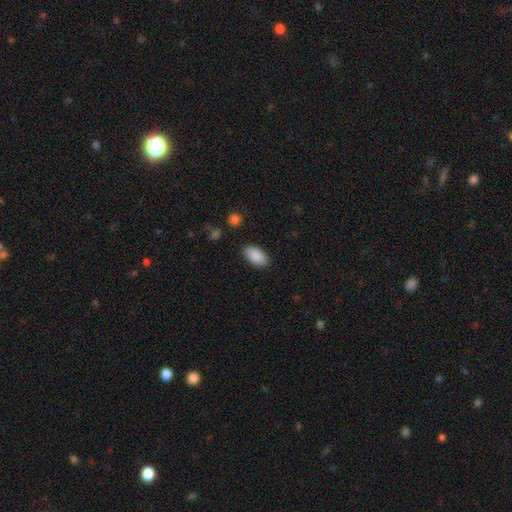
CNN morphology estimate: Smooth or featured: smooth — 89% (star or artifact — 6%)
How rounded: in between — 95% (round — 3%)
Merging: none — 87% (minor disturbance — 9%)